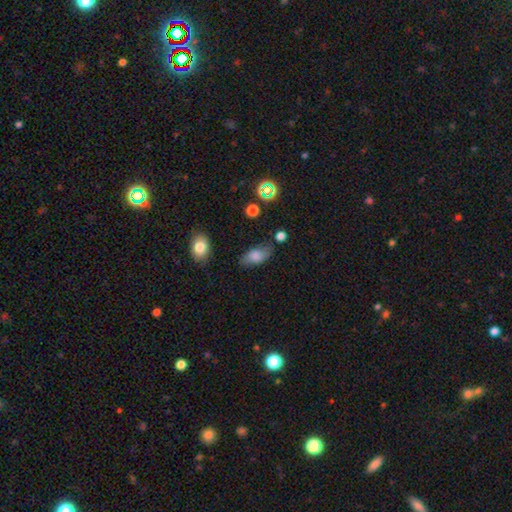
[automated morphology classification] Smooth or featured? smooth (74%)
How rounded? in between (89%)
Merging? none (68%)